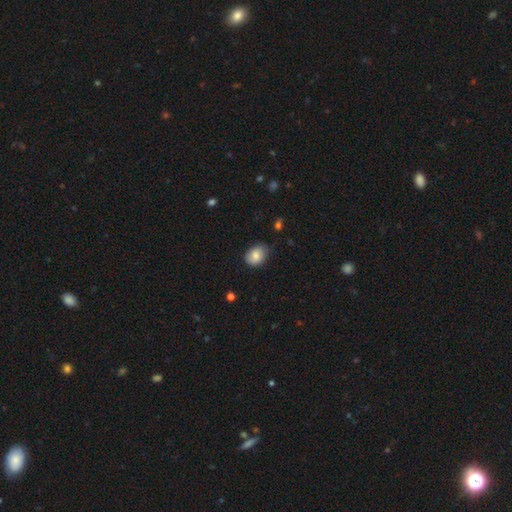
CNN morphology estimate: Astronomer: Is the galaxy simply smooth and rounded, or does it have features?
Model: smooth — 81%.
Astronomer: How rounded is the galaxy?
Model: in between — 66%.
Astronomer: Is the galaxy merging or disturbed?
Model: none — 73%.